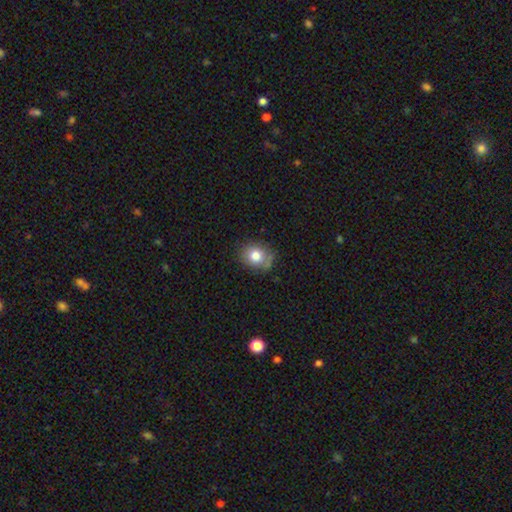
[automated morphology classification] Smooth or featured: smooth — 80% (featured or disk — 10%)
How rounded: round — 63% (in between — 36%)
Merging: none — 72% (minor disturbance — 20%)